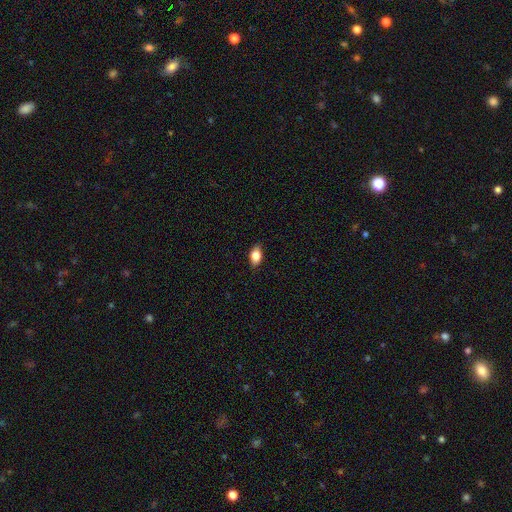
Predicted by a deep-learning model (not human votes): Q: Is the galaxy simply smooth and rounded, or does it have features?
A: smooth — 81%.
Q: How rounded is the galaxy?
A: in between — 86%.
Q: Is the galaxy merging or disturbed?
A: none — 85%.